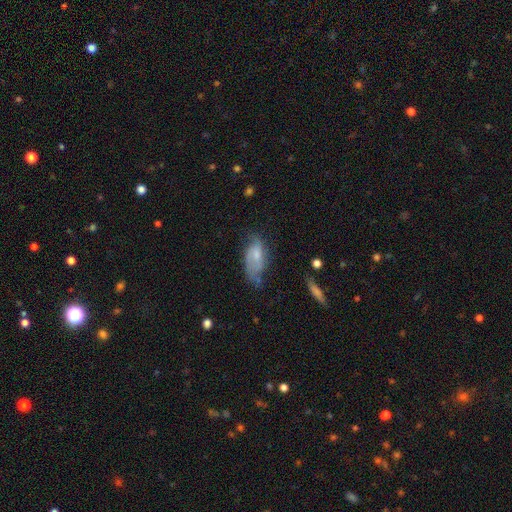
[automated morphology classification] This is possibly a featured or disk galaxy (48%). Merging: marginally none (40%).